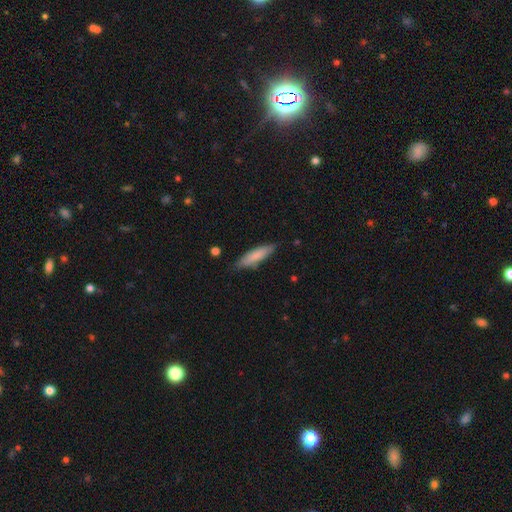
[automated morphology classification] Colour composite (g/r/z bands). It shows a smooth galaxy with no disk features (78%) that is cigar-shaped (74%). Merging: none (81%).